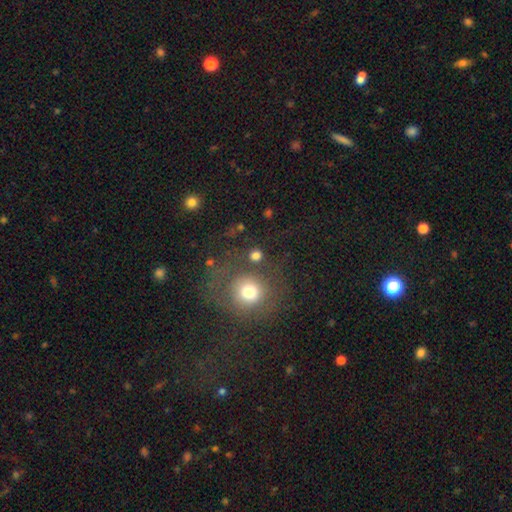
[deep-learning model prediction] Smooth or featured? Predicted: smooth (p=0.74). How rounded? Predicted: round (p=0.89). Merging? Predicted: none (p=0.75).